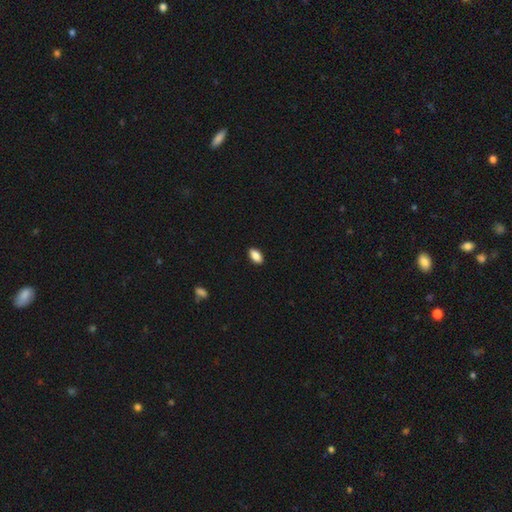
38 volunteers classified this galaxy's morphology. Volunteers were most divided on "merging": none: 86%, minor disturbance: 11%, major disturbance: 3%, merger: 0%. More confident: how rounded — in between (91%); smooth or featured — smooth (89%).